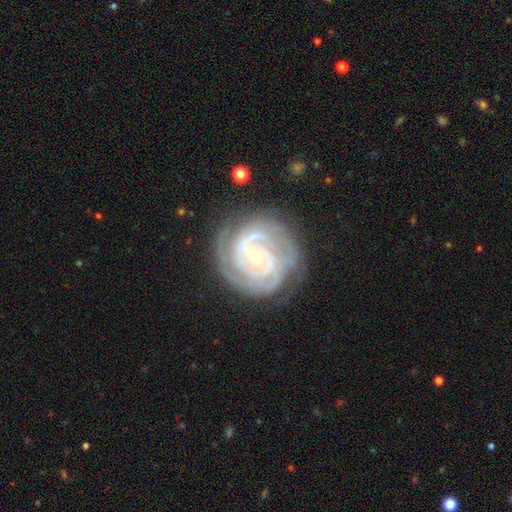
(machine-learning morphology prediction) Q: Smooth or featured?
A: featured or disk (89%); runner-up: smooth (6%)
Q: Edge-on disk?
A: no (98%); runner-up: yes (2%)
Q: Bar?
A: no (65%); runner-up: weak (25%)
Q: Spiral arms?
A: yes (97%); runner-up: no (3%)
Q: Spiral winding?
A: tight (78%); runner-up: medium (19%)
Q: Spiral arm count?
A: 2 (34%); runner-up: 3 (26%)
Q: Bulge size?
A: small (69%); runner-up: moderate (28%)
Q: Merging?
A: none (77%); runner-up: minor disturbance (16%)